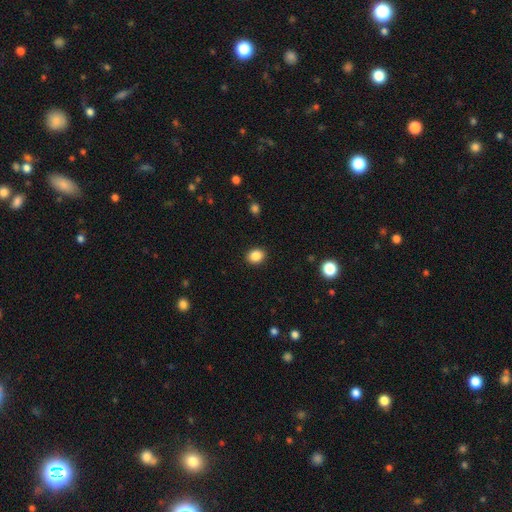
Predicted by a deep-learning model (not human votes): Q: Smooth or featured?
A: smooth (87%); runner-up: star or artifact (9%)
Q: How rounded?
A: round (55%); runner-up: in between (44%)
Q: Merging?
A: none (91%); runner-up: minor disturbance (6%)